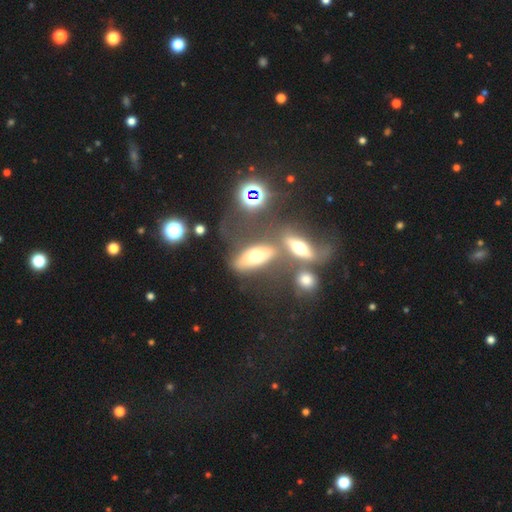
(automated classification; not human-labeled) The model was most divided on "merging": none: 48%, merger: 26%, minor disturbance: 14%, major disturbance: 12%. More confident: how rounded — in between (72%); smooth or featured — smooth (57%).